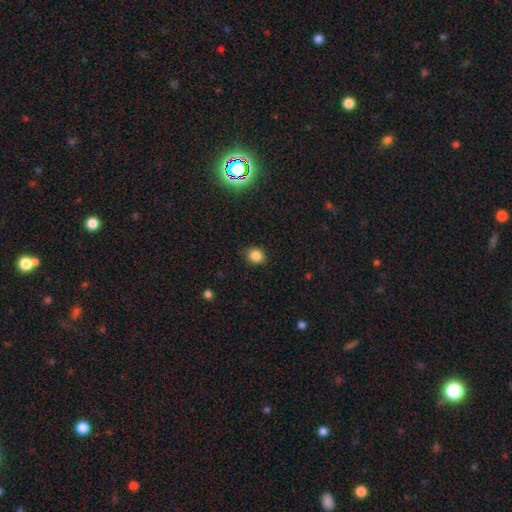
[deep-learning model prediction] A smooth galaxy with no disk features (84%) that is round (81%).

Vote fractions:
- Smooth or featured? smooth: 84% / star or artifact: 12% / featured or disk: 4%
- How rounded? round: 81% / in between: 18% / cigar-shaped: 1%
- Merging? none: 87% / minor disturbance: 9% / major disturbance: 3% / merger: 1%